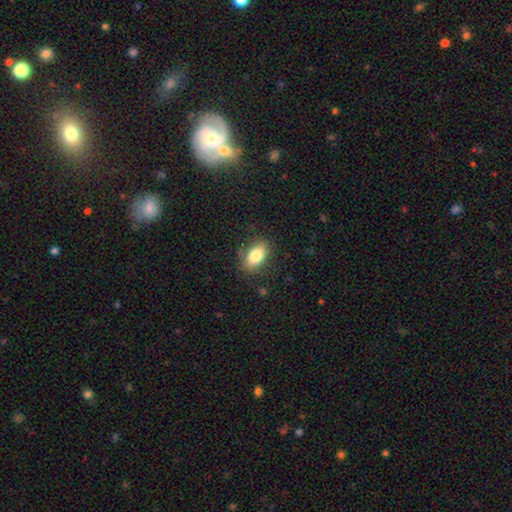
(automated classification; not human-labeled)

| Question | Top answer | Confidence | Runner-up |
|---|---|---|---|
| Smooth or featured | smooth | 82% | featured or disk (10%) |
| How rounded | in between | 89% | round (8%) |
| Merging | none | 82% | minor disturbance (13%) |